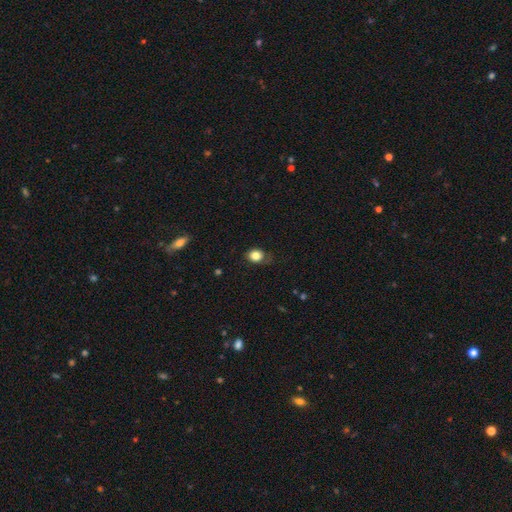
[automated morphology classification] A smooth galaxy with no disk features (82%) that is round (55%).

Vote fractions:
- Smooth or featured? smooth: 82% / star or artifact: 10% / featured or disk: 8%
- How rounded? round: 55% / in between: 44% / cigar-shaped: 1%
- Merging? none: 65% / minor disturbance: 25% / major disturbance: 8% / merger: 1%